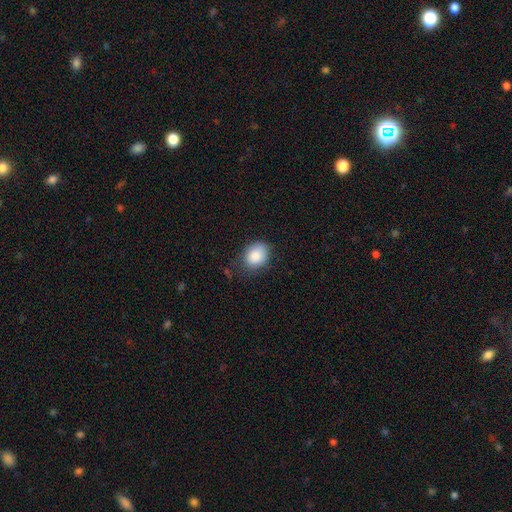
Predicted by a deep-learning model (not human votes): A smooth galaxy with no disk features (86%) that is in between round and cigar-shaped (56%).

Vote fractions:
- Smooth or featured? smooth: 86% / star or artifact: 8% / featured or disk: 6%
- How rounded? in between: 56% / round: 43% / cigar-shaped: 1%
- Merging? none: 69% / minor disturbance: 24% / major disturbance: 6% / merger: 2%